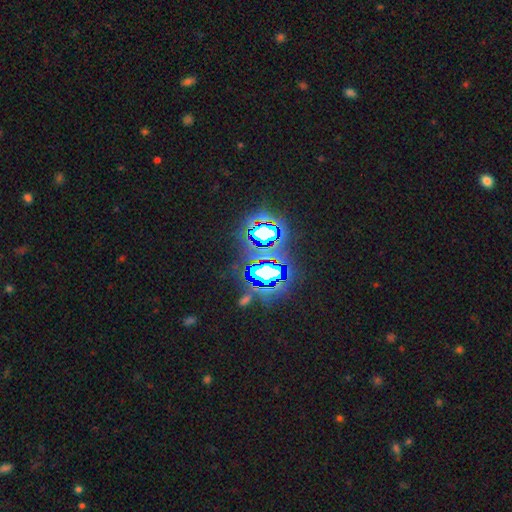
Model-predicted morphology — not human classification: Smooth or featured? star or artifact (80%)